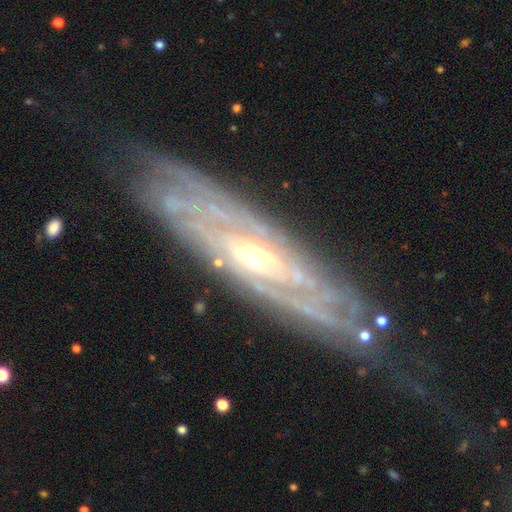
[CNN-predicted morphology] smooth-or-featured: featured or disk: 86% | star or artifact: 7% | smooth: 7%
  disk-edge-on: no: 70% | yes: 30%
    bar: no: 50% | weak: 32% | strong: 17%
    has-spiral-arms: yes: 90% | no: 10%
      spiral-winding: tight: 75% | medium: 19% | loose: 6%
      spiral-arm-count: can't tell: 59% | 2: 14% | 3: 8% | more than 4: 7% | 4: 7% | 1: 5%
    bulge-size: small: 51% | moderate: 45% | large: 2% | none: 1% | dominant: 1%
  merging: none: 69% | minor disturbance: 20% | major disturbance: 9% | merger: 2%